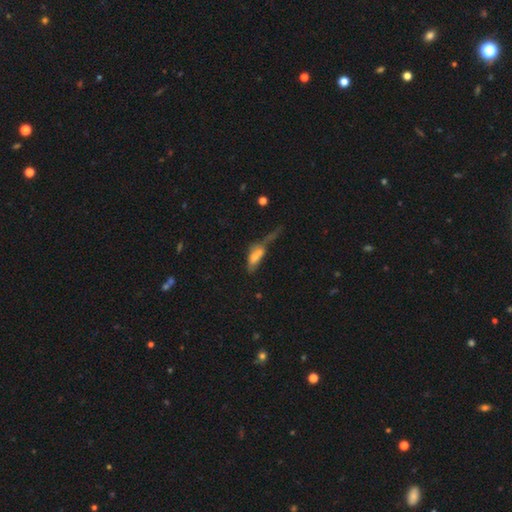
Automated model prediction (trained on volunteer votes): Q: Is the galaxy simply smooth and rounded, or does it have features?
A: smooth — 58%.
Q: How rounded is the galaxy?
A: in between — 69%.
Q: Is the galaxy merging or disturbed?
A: merger — 55%.